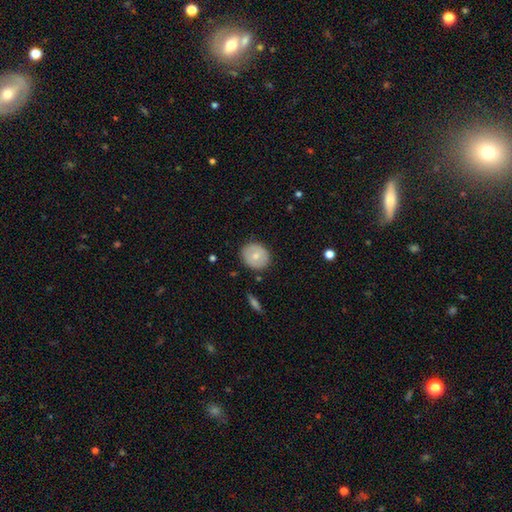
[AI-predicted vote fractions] Overall: smooth (68%). How rounded: round (75%). Merging: none (87%).